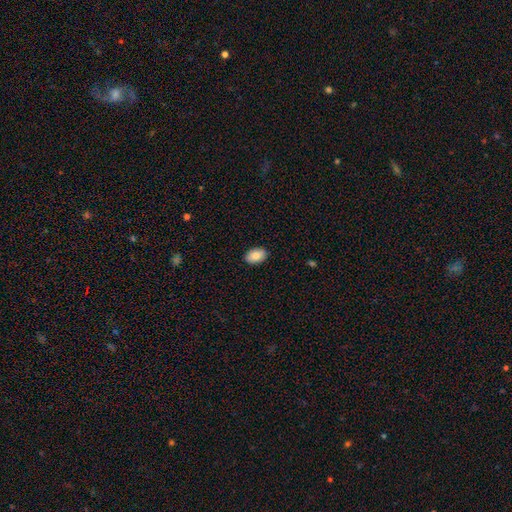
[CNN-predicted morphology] Smooth or featured? Predicted: smooth (p=0.83). How rounded? Predicted: in between (p=0.89). Merging? Predicted: none (p=0.90).